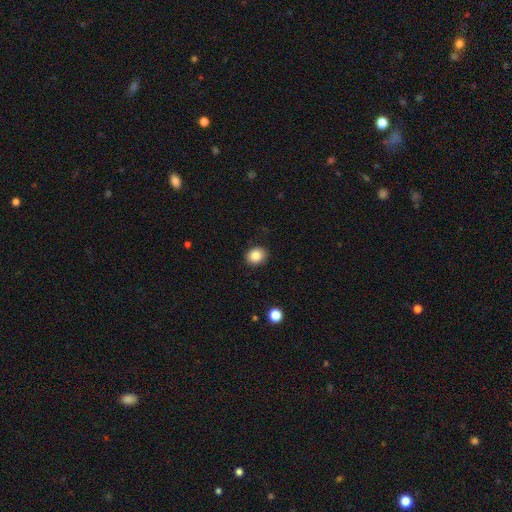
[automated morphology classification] Smooth or featured? Predicted: smooth (p=0.85). How rounded? Predicted: round (p=0.68). Merging? Predicted: none (p=0.90).